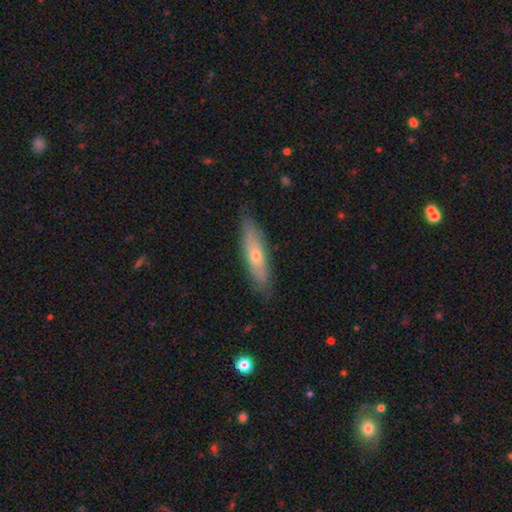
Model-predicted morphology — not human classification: smooth-or-featured: featured or disk: 50% | smooth: 44% | star or artifact: 6%
  merging: none: 82% | minor disturbance: 14% | major disturbance: 2% | merger: 1%